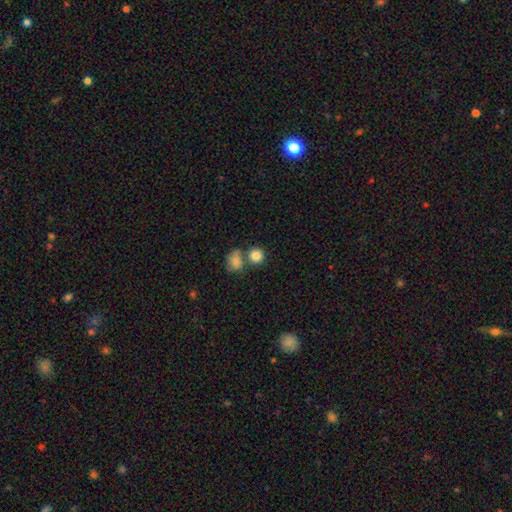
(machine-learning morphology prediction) smooth 84%, star or artifact 9%, featured or disk 7%. Down the decision tree: how rounded — round (86%); merging — none (56%).